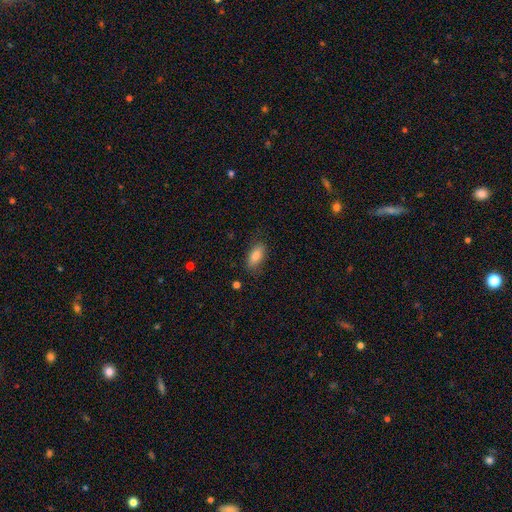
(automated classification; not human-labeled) This is clearly a smooth galaxy (83%). How rounded: clearly in between (86%). Merging: likely none (79%).